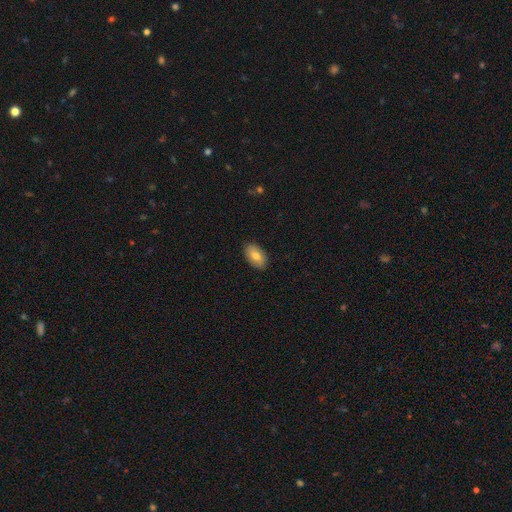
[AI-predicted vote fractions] Q: Smooth or featured?
A: smooth (74%); runner-up: featured or disk (20%)
Q: How rounded?
A: in between (93%); runner-up: round (6%)
Q: Merging?
A: none (88%); runner-up: minor disturbance (9%)